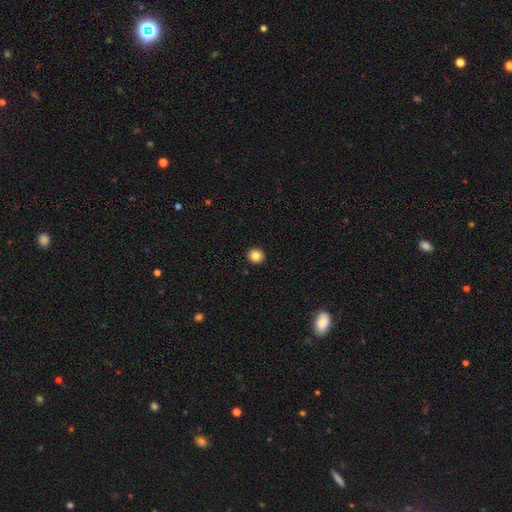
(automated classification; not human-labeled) Morphology: type=smooth (84%); roundness=round (90%); merging=none (93%).